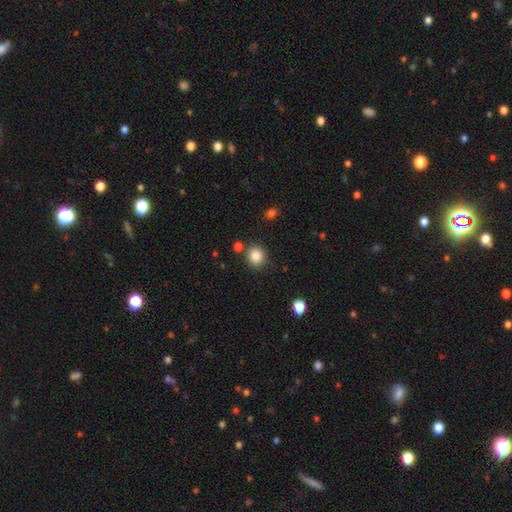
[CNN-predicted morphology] Smooth or featured? Predicted: smooth (p=0.85). How rounded? Predicted: round (p=0.84). Merging? Predicted: none (p=0.81).